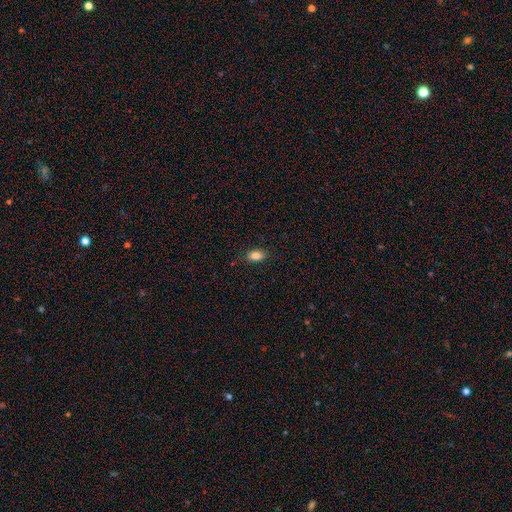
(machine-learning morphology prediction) A smooth galaxy with no disk features (85%) that is in between round and cigar-shaped (86%). Merging: none (85%).